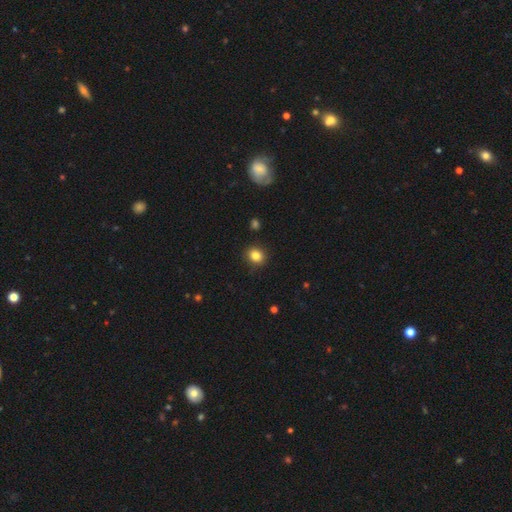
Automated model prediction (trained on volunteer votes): Q: Smooth or featured?
A: smooth (84%); runner-up: star or artifact (11%)
Q: How rounded?
A: round (72%); runner-up: in between (27%)
Q: Merging?
A: none (90%); runner-up: minor disturbance (7%)